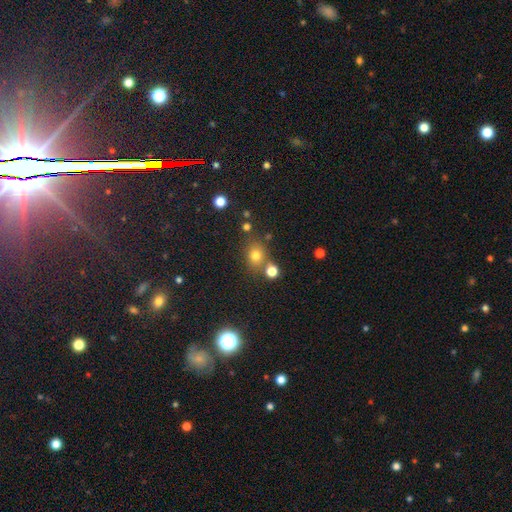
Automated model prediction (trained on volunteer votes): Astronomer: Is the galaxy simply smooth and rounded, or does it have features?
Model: smooth — 73%.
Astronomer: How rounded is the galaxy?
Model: round — 70%.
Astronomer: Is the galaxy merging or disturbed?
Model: none — 70%.